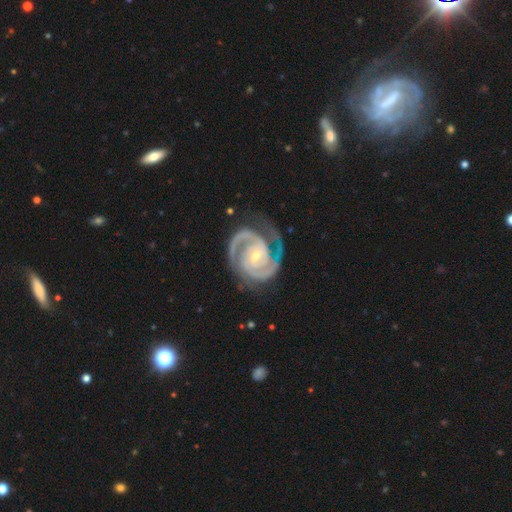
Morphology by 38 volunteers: Smooth or featured: featured or disk — 95% (star or artifact — 5%)
Edge-on disk: no — 94% (yes — 6%)
Bar: no — 56% (weak — 32%)
Spiral arms: yes — 100%
Spiral winding: tight — 68% (medium — 32%)
Spiral arm count: 2 — 85% (3 — 12%)
Bulge size: small — 68% (moderate — 26%)
Merging: none — 78% (minor disturbance — 17%)